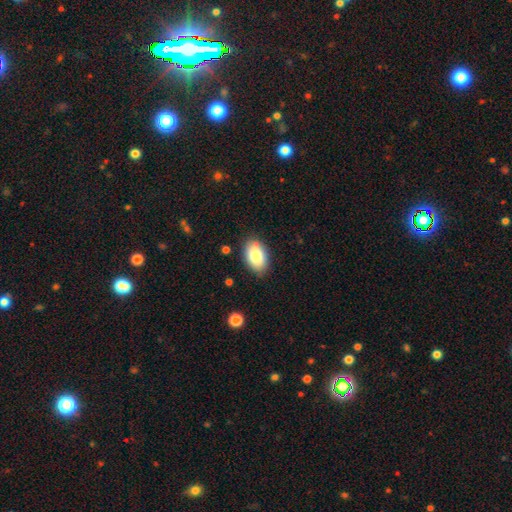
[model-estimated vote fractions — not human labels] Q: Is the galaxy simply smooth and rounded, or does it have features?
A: smooth — 82%.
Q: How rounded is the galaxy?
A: in between — 89%.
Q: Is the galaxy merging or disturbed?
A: none — 83%.